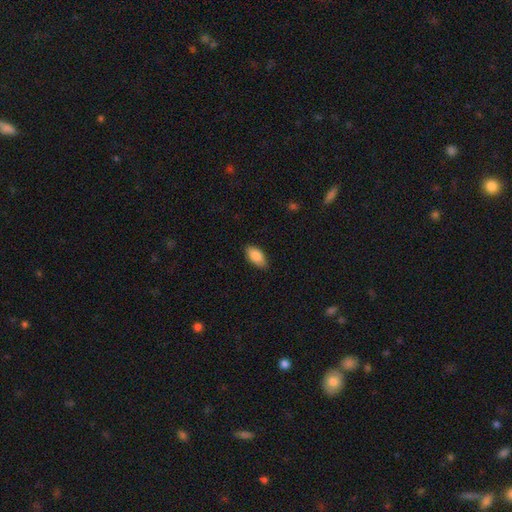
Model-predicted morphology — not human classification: Overall: smooth (86%). How rounded: in between (92%). Merging: none (83%).